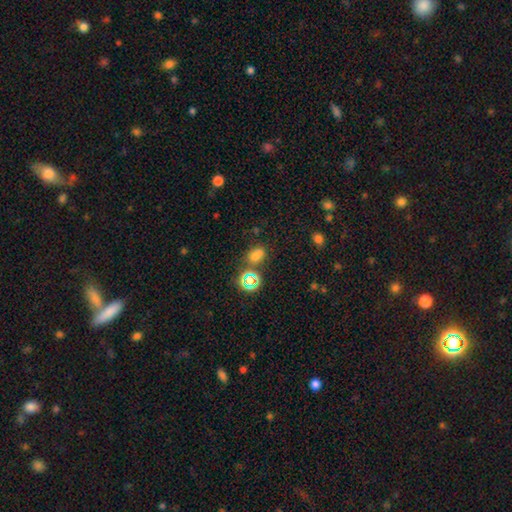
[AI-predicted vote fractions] Overall: smooth (57%; star or artifact 33%). How rounded: in between (54%; round 44%). Merging: none (53%; merger 25%).